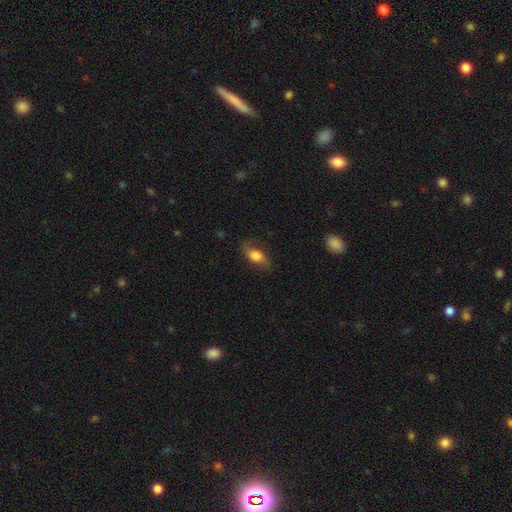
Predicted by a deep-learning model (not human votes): smooth 61%, featured or disk 31%, star or artifact 8%. Down the decision tree: how rounded — in between (81%); merging — none (73%).